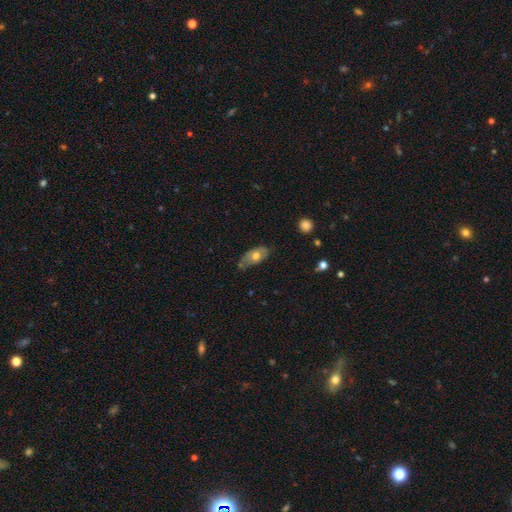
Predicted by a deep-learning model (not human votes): smooth 61%, featured or disk 32%, star or artifact 7%. Down the decision tree: how rounded — in between (87%); merging — none (50%).